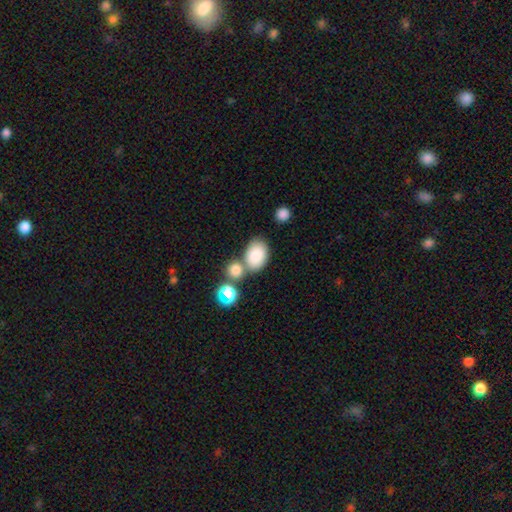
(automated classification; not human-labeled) The model was most divided on "merging": none: 54%, merger: 28%, minor disturbance: 13%, major disturbance: 5%. More confident: smooth or featured — smooth (85%); how rounded — in between (83%).